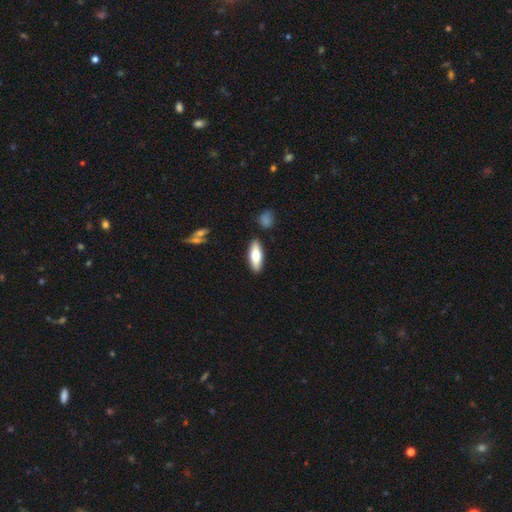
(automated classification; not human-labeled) smooth 69%, featured or disk 25%, star or artifact 6%. Down the decision tree: how rounded — in between (59%); merging — none (88%).